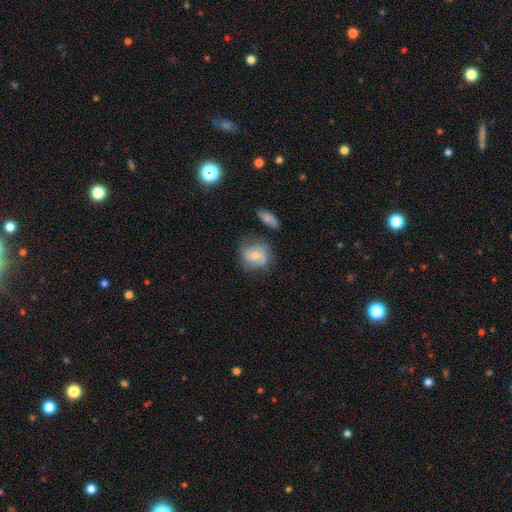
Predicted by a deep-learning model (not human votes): Smooth or featured: featured or disk — 56% (smooth — 37%)
Edge-on disk: no — 97% (yes — 3%)
Bar: no — 55% (weak — 37%)
Spiral arms: yes — 82% (no — 18%)
Bulge size: moderate — 61% (small — 33%)
Merging: none — 58% (minor disturbance — 25%)